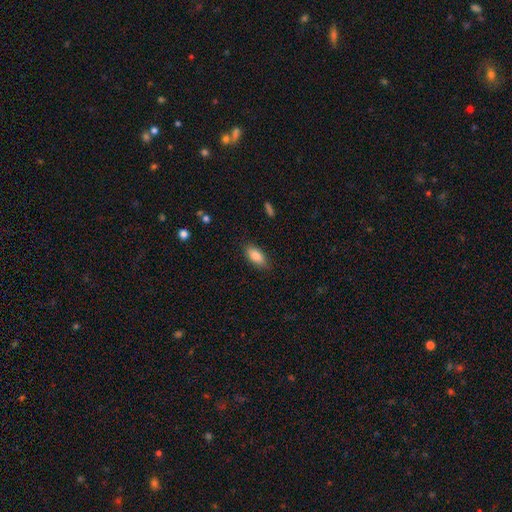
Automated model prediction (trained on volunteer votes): Smooth or featured? Predicted: smooth (p=0.84). How rounded? Predicted: in between (p=0.86). Merging? Predicted: none (p=0.85).